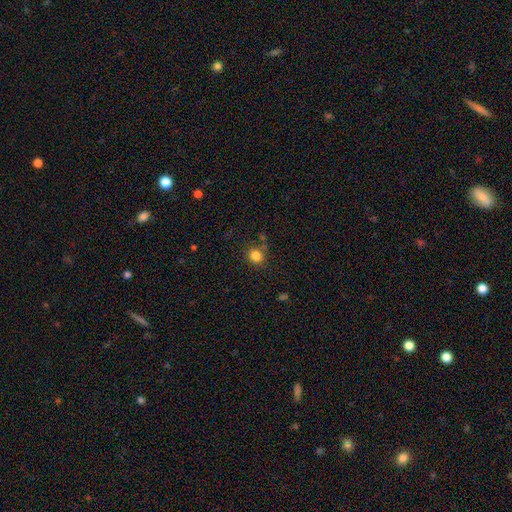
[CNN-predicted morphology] Overall: smooth (83%). How rounded: round (85%). Merging: none (77%).